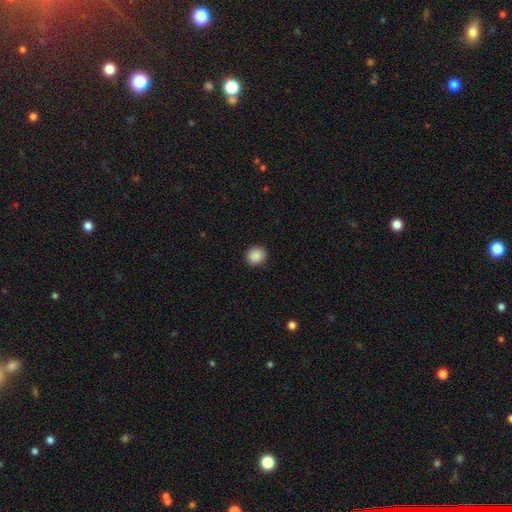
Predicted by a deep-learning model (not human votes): Smooth or featured?
  - smooth: 89% *
  - star or artifact: 8%
  - featured or disk: 3%
How rounded?
  - round: 81% *
  - in between: 18%
  - cigar-shaped: 1%
Merging?
  - none: 91% *
  - minor disturbance: 6%
  - major disturbance: 2%
  - merger: 1%